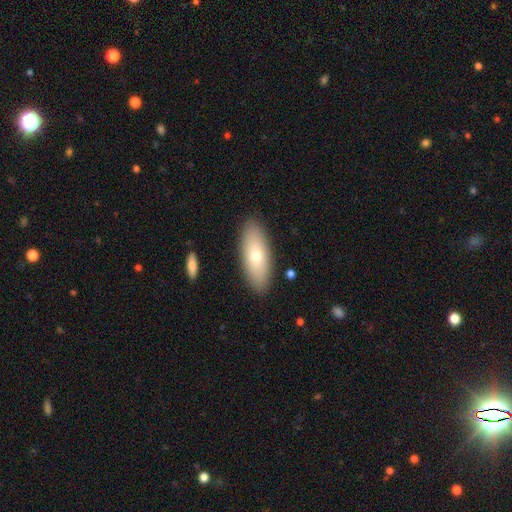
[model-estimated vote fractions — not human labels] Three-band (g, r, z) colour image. It shows a smooth galaxy with no disk features (71%) that is in between round and cigar-shaped (74%). Merging: none (88%).